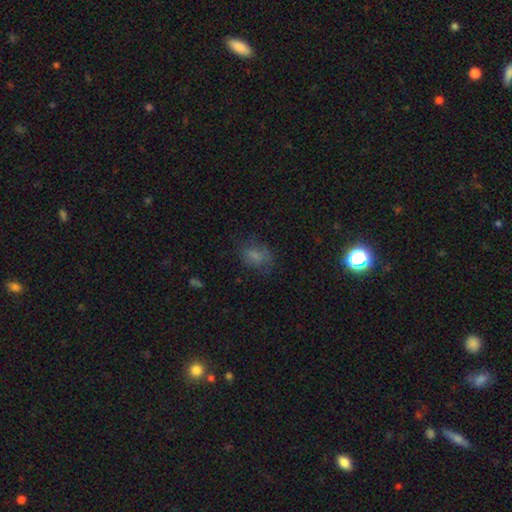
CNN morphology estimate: smooth 64%, star or artifact 19%, featured or disk 17%. Down the decision tree: how rounded — in between (72%); merging — none (58%).